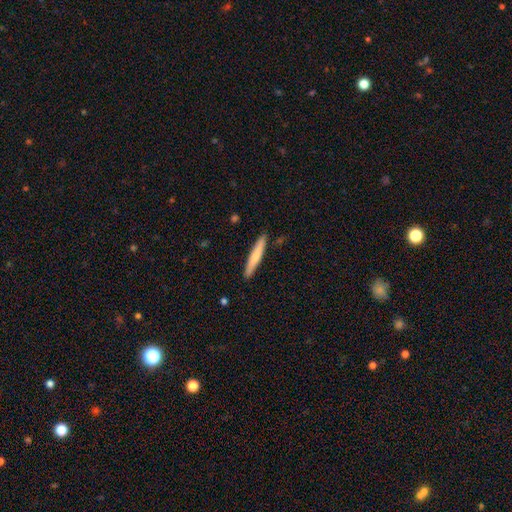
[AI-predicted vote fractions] smooth 69%, featured or disk 25%, star or artifact 5%. Down the decision tree: how rounded — cigar-shaped (94%); merging — none (89%).